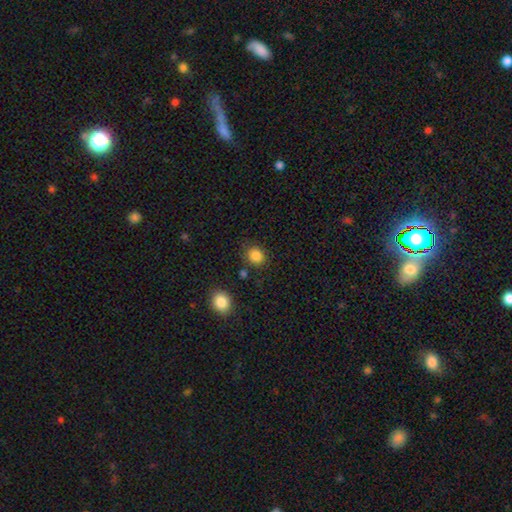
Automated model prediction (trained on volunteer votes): This appears to be a smooth galaxy with no disk features (86%) that is round (72%). Merging: none (81%).